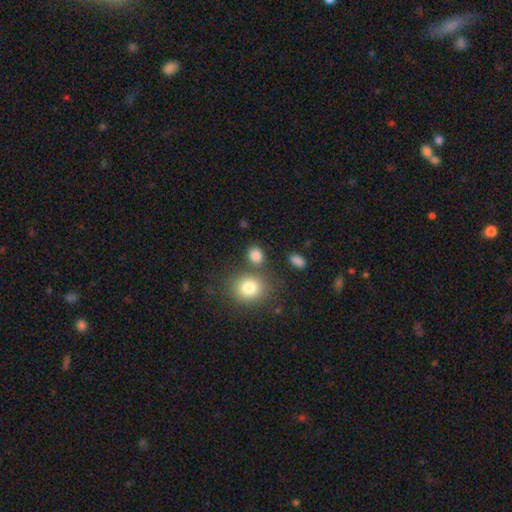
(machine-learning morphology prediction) Smooth or featured? Predicted: smooth (p=0.83). How rounded? Predicted: round (p=0.60). Merging? Predicted: none (p=0.74).